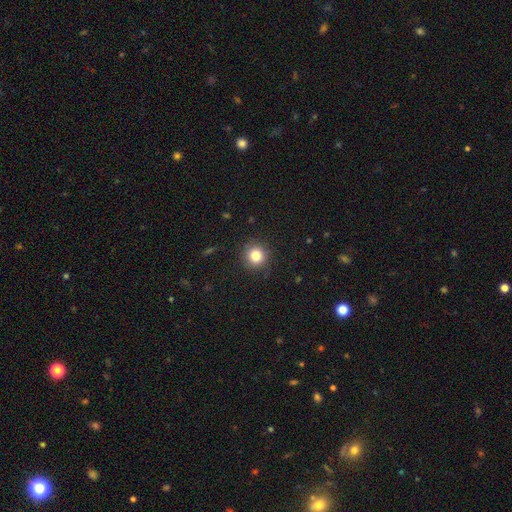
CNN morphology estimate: A smooth galaxy with no disk features (83%) that is round (93%). Merging: none (90%).